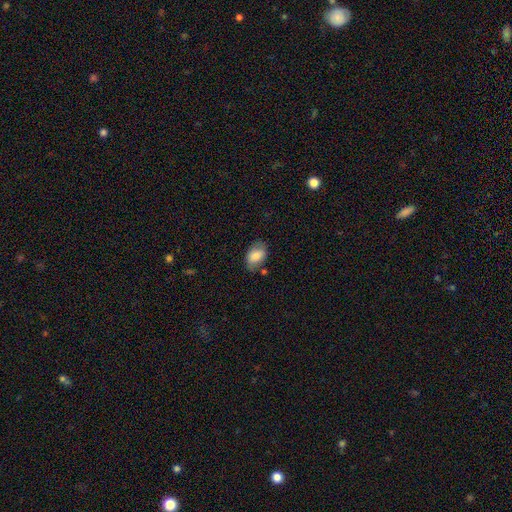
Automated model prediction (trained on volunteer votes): Q: Smooth or featured?
A: smooth (77%); runner-up: featured or disk (16%)
Q: How rounded?
A: in between (87%); runner-up: round (11%)
Q: Merging?
A: none (64%); runner-up: minor disturbance (24%)